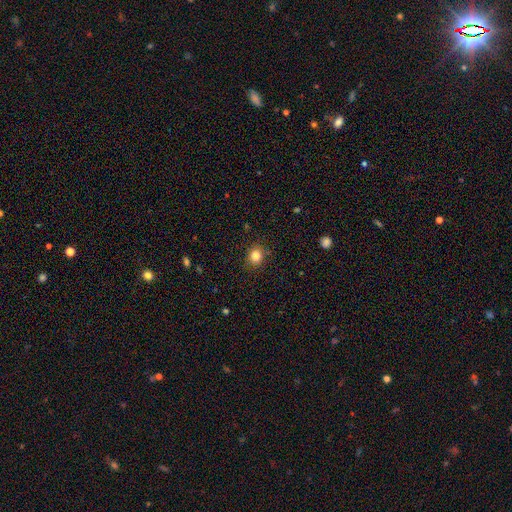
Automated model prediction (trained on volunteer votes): smooth-or-featured: smooth: 84% | star or artifact: 11% | featured or disk: 5%
  how-rounded: round: 75% | in between: 24% | cigar-shaped: 1%
  merging: none: 89% | minor disturbance: 8% | major disturbance: 2% | merger: 1%